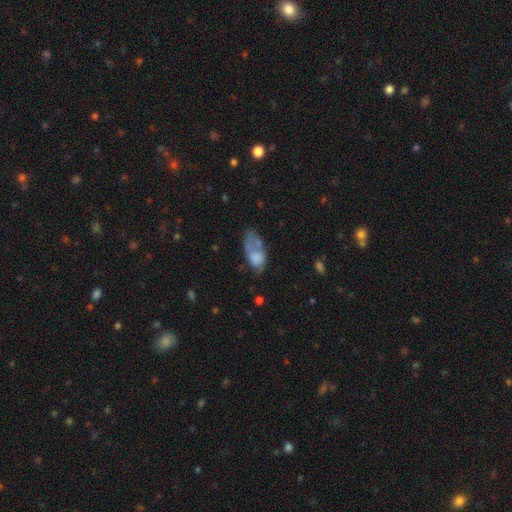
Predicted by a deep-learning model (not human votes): smooth-or-featured: smooth: 60% | featured or disk: 30% | star or artifact: 9%
  how-rounded: in between: 89% | round: 6% | cigar-shaped: 5%
  merging: major disturbance: 36% | minor disturbance: 25% | none: 25% | merger: 14%